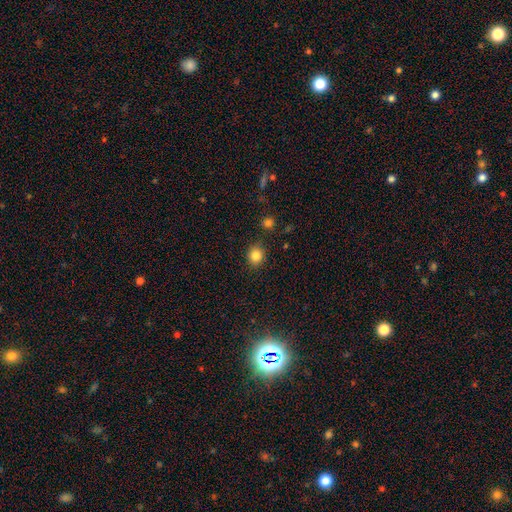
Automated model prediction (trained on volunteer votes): The model was most divided on "how rounded": round: 82%, in between: 17%, cigar-shaped: 1%. More confident: merging — none (87%); smooth or featured — smooth (84%).